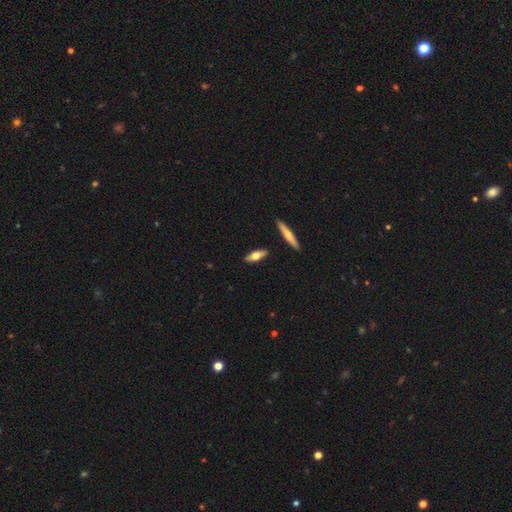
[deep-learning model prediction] smooth_or_featured: smooth (p=0.53) [alt: featured or disk p=0.40]
how_rounded: in between (p=0.52) [alt: cigar-shaped p=0.45]
merging: none (p=0.87) [alt: minor disturbance p=0.08]